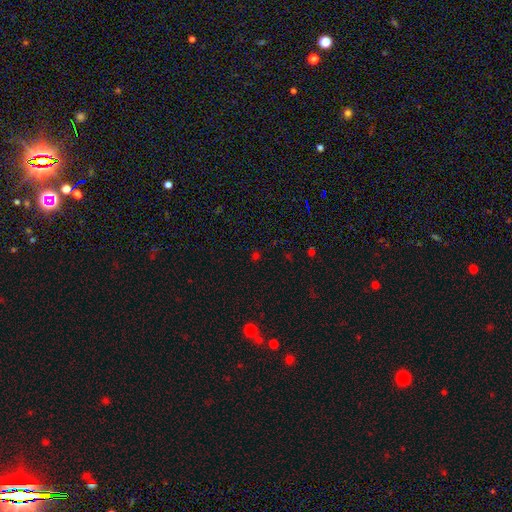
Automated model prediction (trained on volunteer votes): Smooth or featured: star or artifact — 51% (smooth — 43%)